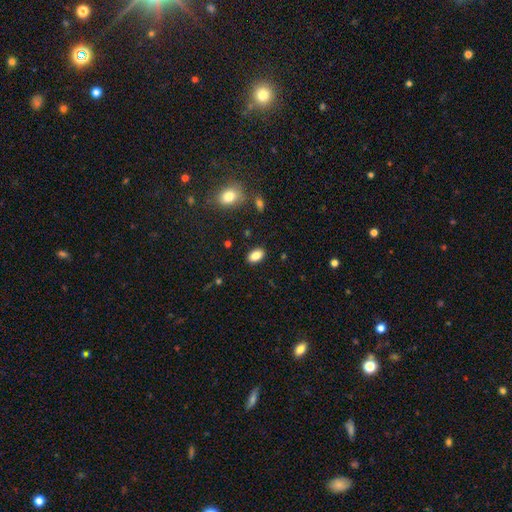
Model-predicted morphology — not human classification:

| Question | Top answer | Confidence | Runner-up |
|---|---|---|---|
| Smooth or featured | smooth | 84% | star or artifact (9%) |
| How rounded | in between | 89% | round (9%) |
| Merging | none | 88% | minor disturbance (9%) |